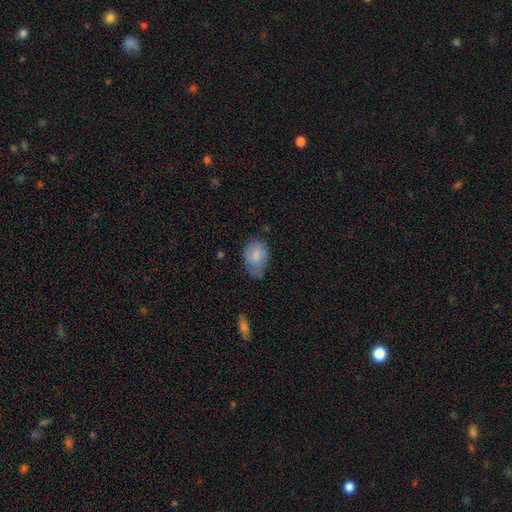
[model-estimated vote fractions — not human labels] A smooth galaxy with no disk features (77%) that is in between round and cigar-shaped (80%). Merging: none (47%).